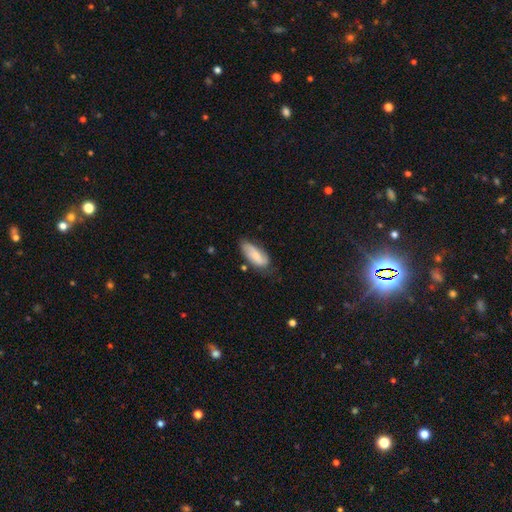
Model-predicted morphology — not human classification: smooth_or_featured: smooth (p=0.66) [alt: featured or disk p=0.28]
how_rounded: in between (p=0.82) [alt: cigar-shaped p=0.16]
merging: none (p=0.61) [alt: minor disturbance p=0.29]